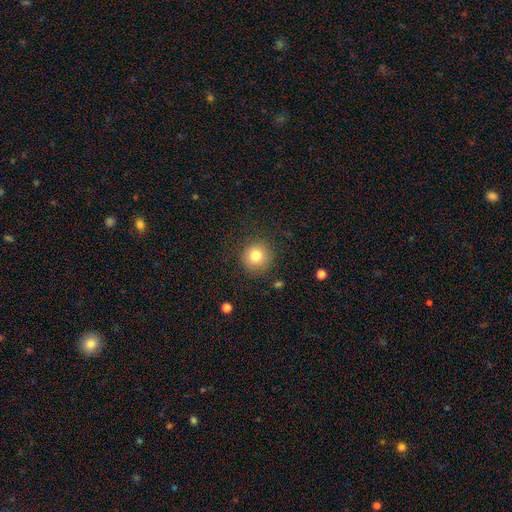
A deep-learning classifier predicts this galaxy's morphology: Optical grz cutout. It shows a smooth galaxy with no disk features (80%) that is round (93%). Merging: none (86%).